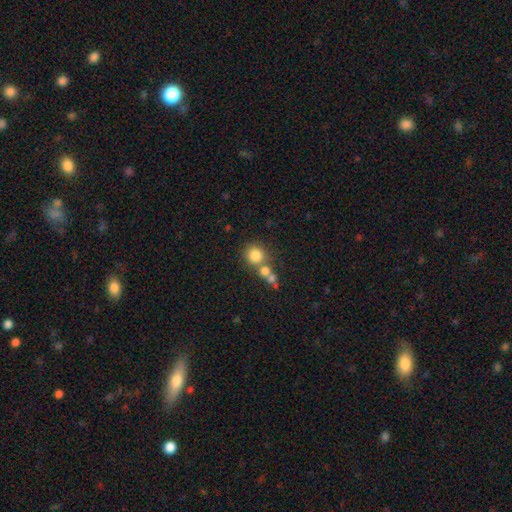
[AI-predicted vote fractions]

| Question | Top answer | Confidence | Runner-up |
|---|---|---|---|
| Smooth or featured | smooth | 79% | star or artifact (11%) |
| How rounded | round | 86% | in between (12%) |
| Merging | none | 52% | merger (35%) |